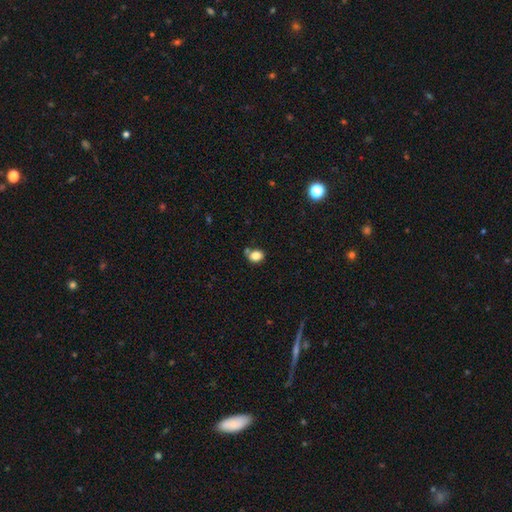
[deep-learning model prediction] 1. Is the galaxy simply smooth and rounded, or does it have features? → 83% smooth, 11% star or artifact, 6% featured or disk.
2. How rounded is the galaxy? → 52% round, 47% in between, 1% cigar-shaped.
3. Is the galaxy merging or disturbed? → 62% none, 18% minor disturbance, 16% merger, 5% major disturbance.